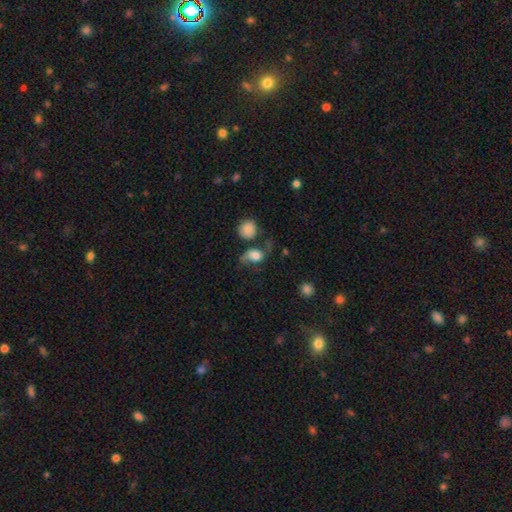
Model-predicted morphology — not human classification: Q: Smooth or featured?
A: smooth (53%); runner-up: featured or disk (37%)
Q: How rounded?
A: in between (50%); runner-up: round (48%)
Q: Merging?
A: none (41%); runner-up: major disturbance (26%)